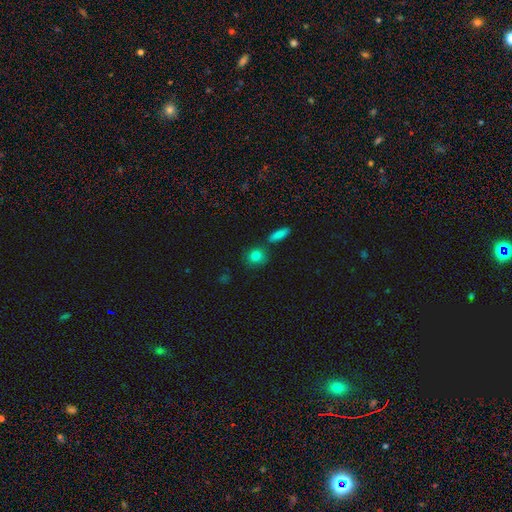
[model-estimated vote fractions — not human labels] Q: Smooth or featured?
A: smooth (83%); runner-up: star or artifact (10%)
Q: How rounded?
A: round (75%); runner-up: in between (22%)
Q: Merging?
A: none (73%); runner-up: minor disturbance (12%)